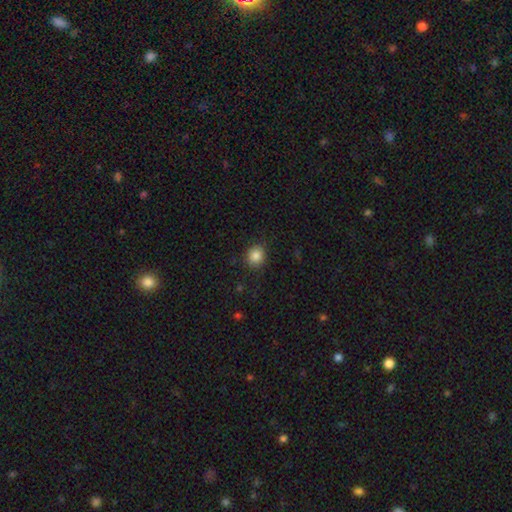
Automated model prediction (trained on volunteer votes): A smooth galaxy with no disk features (85%) that is round (82%).

Vote fractions:
- Smooth or featured? smooth: 85% / star or artifact: 10% / featured or disk: 4%
- How rounded? round: 82% / in between: 17% / cigar-shaped: 1%
- Merging? none: 87% / minor disturbance: 9% / major disturbance: 3% / merger: 1%